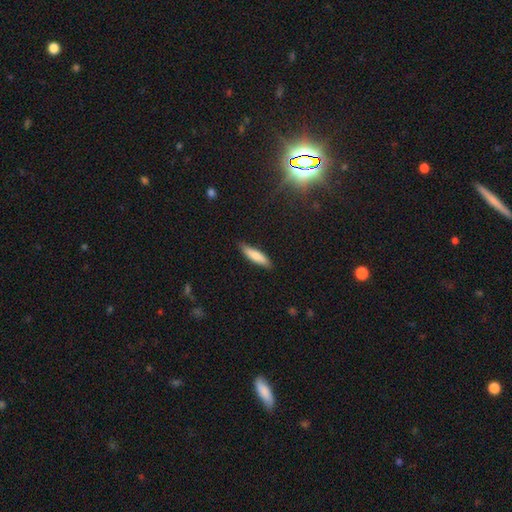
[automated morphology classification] smooth_or_featured: smooth (p=0.77) [alt: featured or disk p=0.17]
how_rounded: cigar-shaped (p=0.72) [alt: in between p=0.27]
merging: none (p=0.86) [alt: minor disturbance p=0.11]